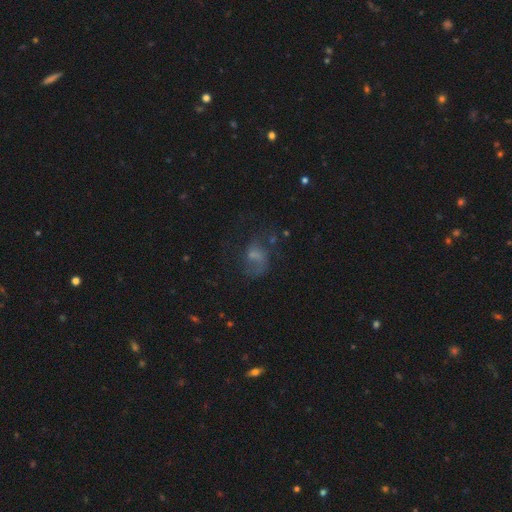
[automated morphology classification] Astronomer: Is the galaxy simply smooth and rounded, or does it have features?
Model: featured or disk — 47% (runner-up: smooth, 36%).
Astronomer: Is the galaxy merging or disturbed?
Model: none — 39% (runner-up: major disturbance, 35%).